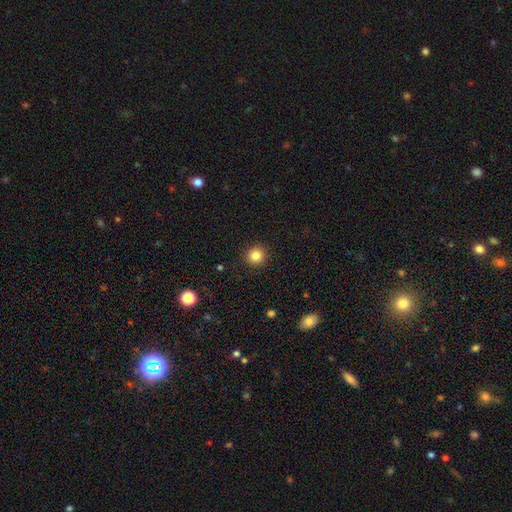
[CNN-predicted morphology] smooth_or_featured: smooth (p=0.85) [alt: star or artifact p=0.11]
how_rounded: round (p=0.93) [alt: in between p=0.06]
merging: none (p=0.92) [alt: minor disturbance p=0.05]